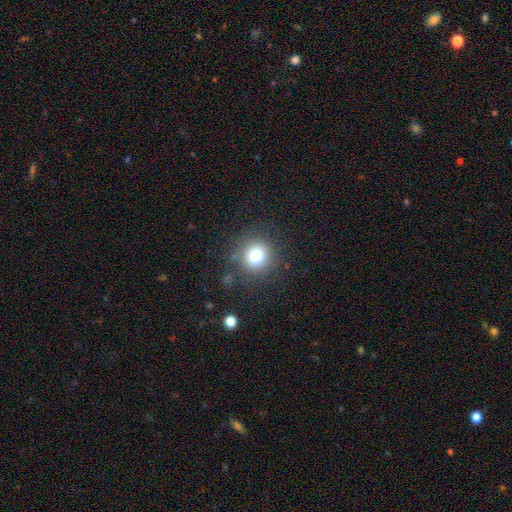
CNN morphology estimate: Q: Smooth or featured?
A: smooth (78%); runner-up: star or artifact (14%)
Q: How rounded?
A: round (90%); runner-up: in between (9%)
Q: Merging?
A: none (84%); runner-up: minor disturbance (10%)